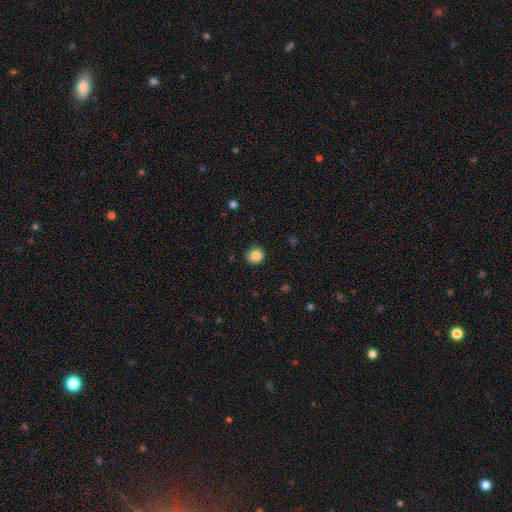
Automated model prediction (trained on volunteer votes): A smooth galaxy with no disk features (85%) that is round (79%). Merging: none (83%).